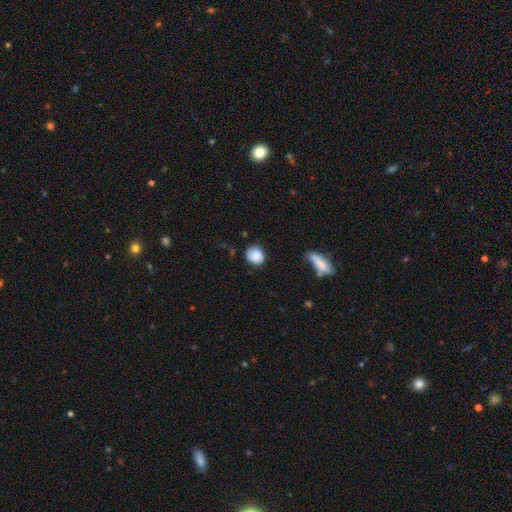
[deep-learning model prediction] smooth 83%, featured or disk 9%, star or artifact 8%. Down the decision tree: how rounded — round (66%); merging — none (66%).